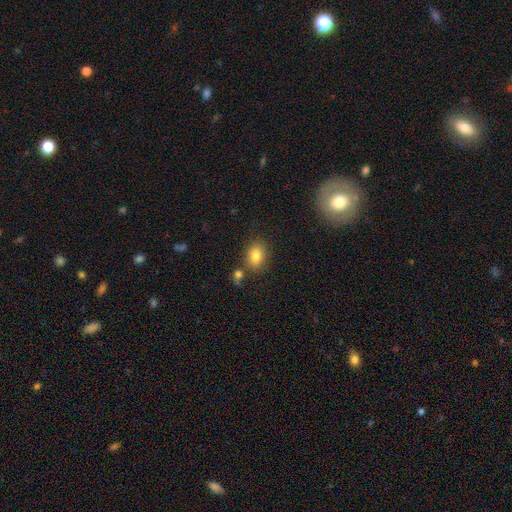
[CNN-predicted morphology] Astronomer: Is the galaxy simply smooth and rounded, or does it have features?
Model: smooth — 81%.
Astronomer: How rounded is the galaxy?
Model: in between — 66%.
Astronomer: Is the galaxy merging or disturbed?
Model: none — 70%.